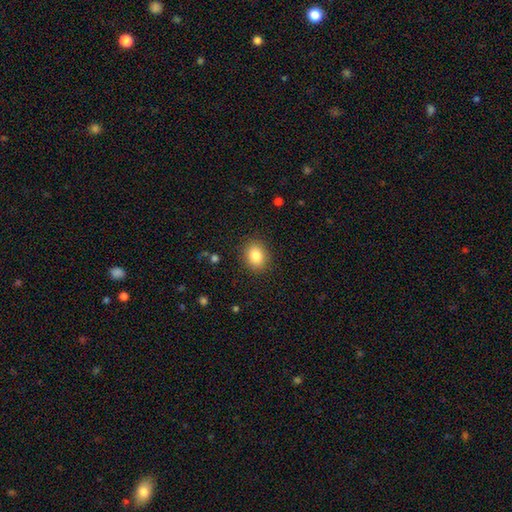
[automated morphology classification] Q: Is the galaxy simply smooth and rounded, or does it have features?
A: smooth — 84%.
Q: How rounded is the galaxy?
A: in between — 50%, tied with round.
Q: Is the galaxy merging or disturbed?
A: none — 88%.